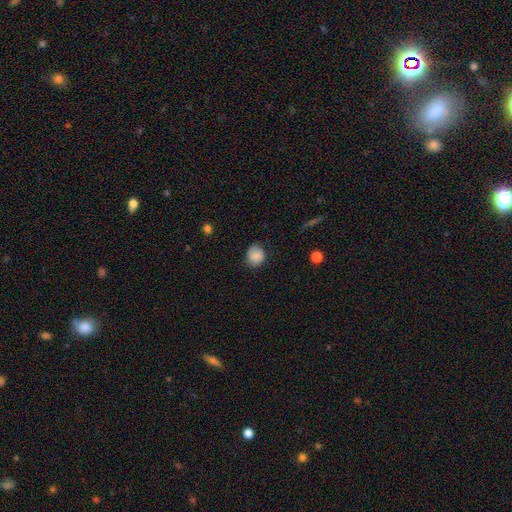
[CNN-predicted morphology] smooth-or-featured: smooth: 82% | featured or disk: 10% | star or artifact: 8%
  how-rounded: round: 71% | in between: 28% | cigar-shaped: 1%
  merging: none: 73% | minor disturbance: 21% | major disturbance: 5% | merger: 1%